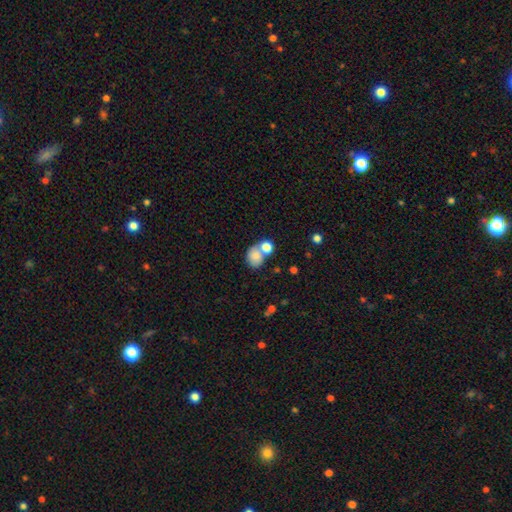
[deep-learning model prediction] A smooth galaxy with no disk features (79%) that is round (55%).

Vote fractions:
- Smooth or featured? smooth: 79% / featured or disk: 12% / star or artifact: 9%
- How rounded? round: 55% / in between: 44% / cigar-shaped: 1%
- Merging? merger: 46% / none: 37% / minor disturbance: 12% / major disturbance: 5%